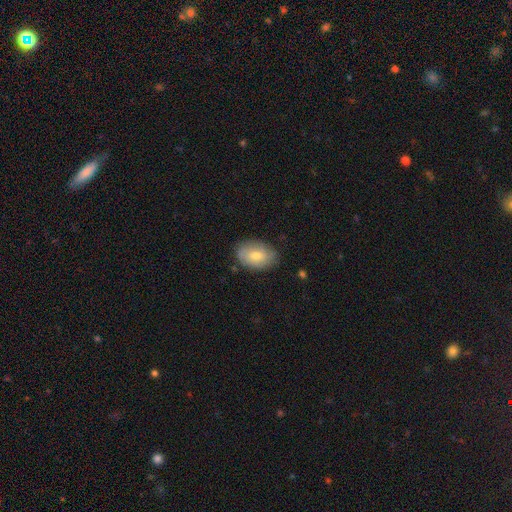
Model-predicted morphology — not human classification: This is likely a smooth galaxy (69%). How rounded: clearly in between (87%). Merging: likely none (78%).